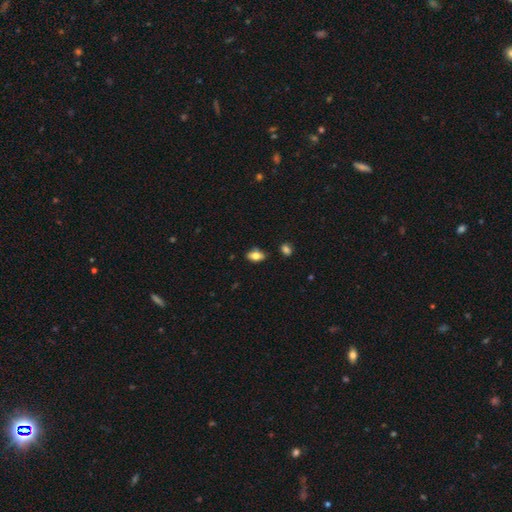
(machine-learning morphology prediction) type=smooth (73%); roundness=in between (86%); merging=none (78%).